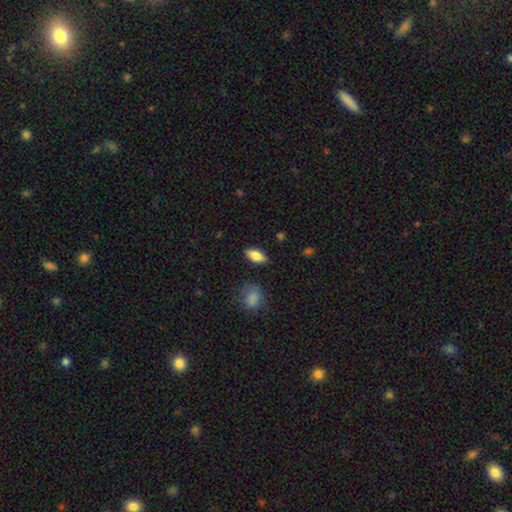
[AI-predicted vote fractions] Overall: smooth (78%). How rounded: in between (86%). Merging: none (86%).